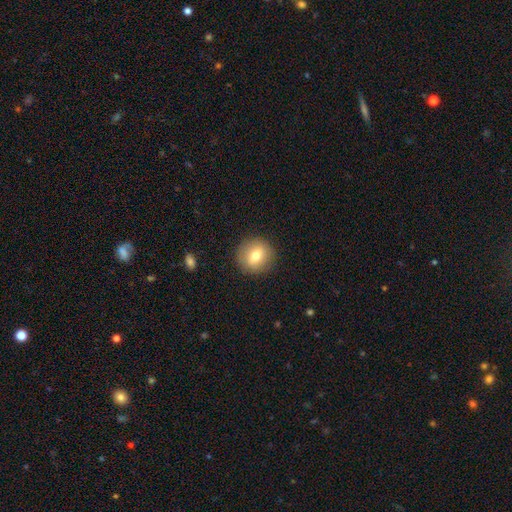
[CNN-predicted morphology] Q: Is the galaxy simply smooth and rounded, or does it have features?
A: smooth — 73%.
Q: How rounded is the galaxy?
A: round — 89%.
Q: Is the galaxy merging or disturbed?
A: none — 89%.